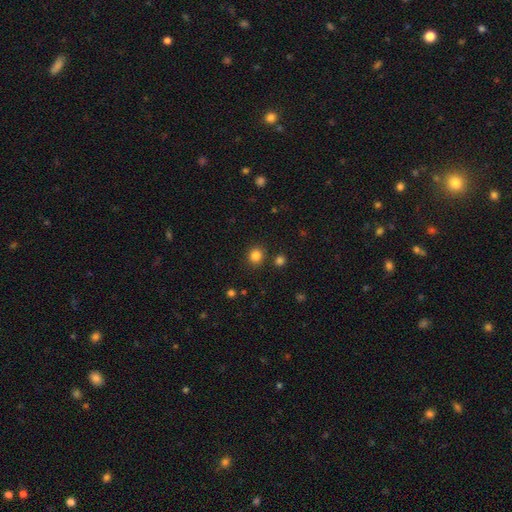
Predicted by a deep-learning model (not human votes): Smooth or featured: smooth — 83% (star or artifact — 13%)
How rounded: round — 80% (in between — 19%)
Merging: none — 86% (minor disturbance — 7%)